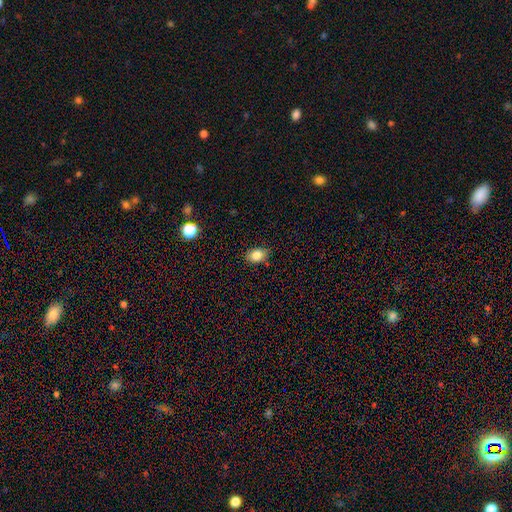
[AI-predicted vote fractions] Smooth or featured? smooth (82%)
How rounded? in between (67%)
Merging? none (84%)